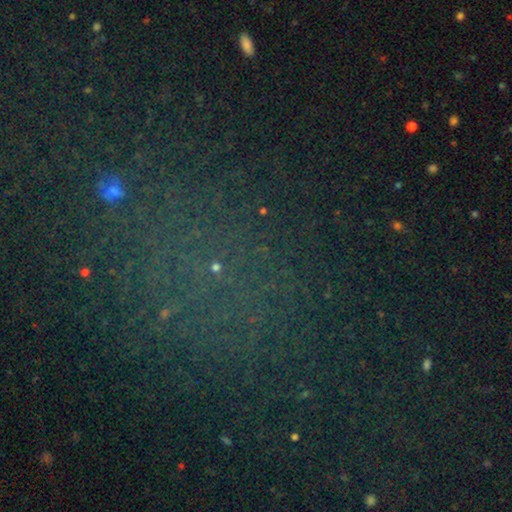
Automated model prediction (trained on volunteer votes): Smooth or featured?
  - star or artifact: 63% *
  - smooth: 23%
  - featured or disk: 15%